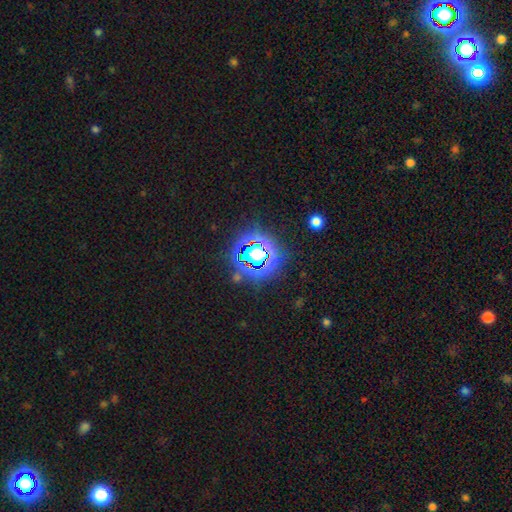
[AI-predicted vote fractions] smooth_or_featured: star or artifact (p=0.68) [alt: smooth p=0.20]